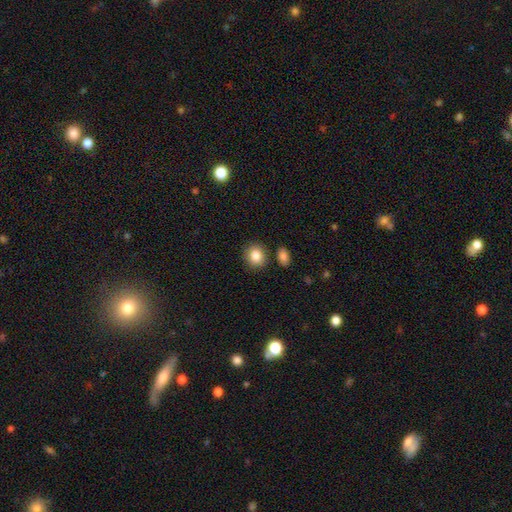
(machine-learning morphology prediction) A smooth galaxy with no disk features (85%) that is round (73%).

Vote fractions:
- Smooth or featured? smooth: 85% / star or artifact: 9% / featured or disk: 7%
- How rounded? round: 73% / in between: 26% / cigar-shaped: 1%
- Merging? none: 83% / minor disturbance: 8% / merger: 6% / major disturbance: 2%